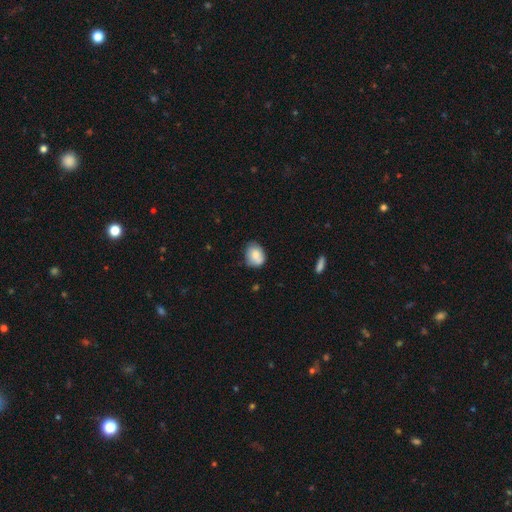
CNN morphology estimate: The model was most divided on "how rounded": in between: 58%, round: 41%, cigar-shaped: 1%. More confident: smooth or featured — smooth (77%); merging — none (62%).